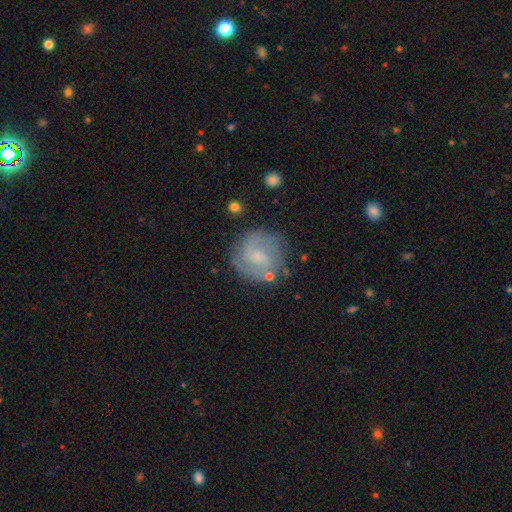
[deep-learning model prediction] Q: Smooth or featured?
A: featured or disk (66%); runner-up: smooth (26%)
Q: Edge-on disk?
A: no (98%); runner-up: yes (2%)
Q: Bar?
A: weak (51%); runner-up: no (39%)
Q: Spiral arms?
A: yes (88%); runner-up: no (12%)
Q: Spiral winding?
A: medium (45%); runner-up: tight (38%)
Q: Spiral arm count?
A: 2 (69%); runner-up: can't tell (17%)
Q: Bulge size?
A: small (54%); runner-up: moderate (28%)
Q: Merging?
A: none (75%); runner-up: minor disturbance (16%)